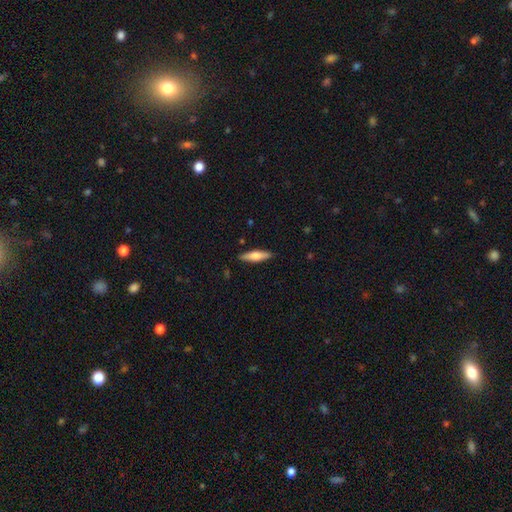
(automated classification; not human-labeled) Smooth or featured: smooth — 65% (featured or disk — 30%)
How rounded: cigar-shaped — 65% (in between — 33%)
Merging: none — 88% (minor disturbance — 9%)